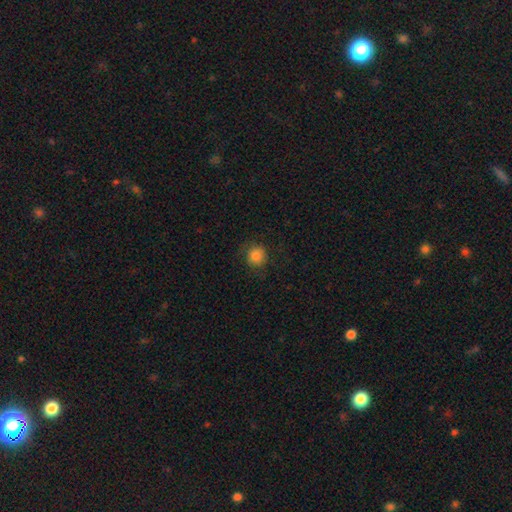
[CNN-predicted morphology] This is clearly a smooth galaxy (85%). How rounded: clearly round (88%). Merging: likely none (79%).